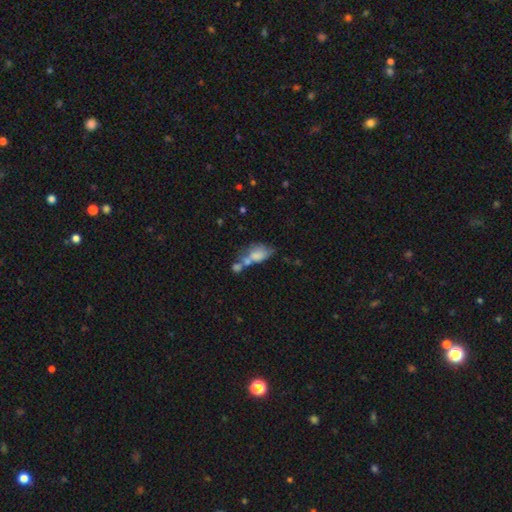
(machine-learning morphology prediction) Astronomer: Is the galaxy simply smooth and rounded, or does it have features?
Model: smooth — 66%.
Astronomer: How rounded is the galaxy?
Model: in between — 83%.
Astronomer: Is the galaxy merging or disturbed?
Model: merger — 44% (runner-up: none, 23%).